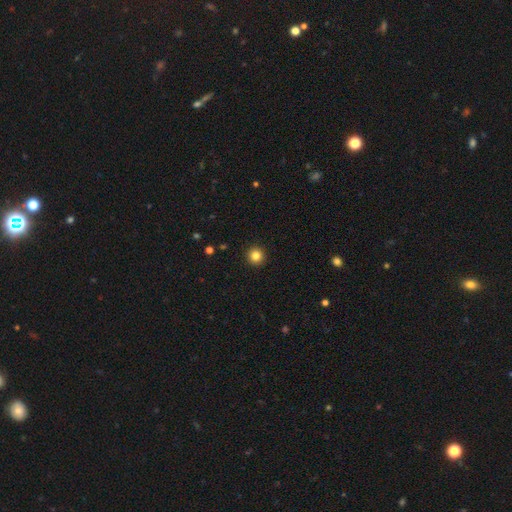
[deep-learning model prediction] smooth_or_featured: smooth (p=0.84) [alt: star or artifact p=0.11]
how_rounded: round (p=0.95) [alt: in between p=0.04]
merging: none (p=0.93) [alt: minor disturbance p=0.04]